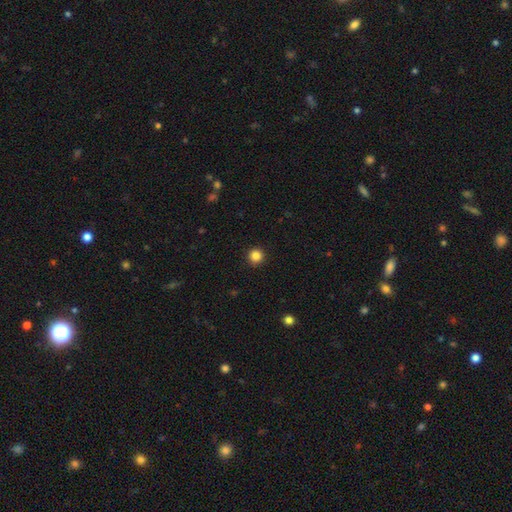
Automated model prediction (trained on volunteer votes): Smooth or featured? smooth (85%)
How rounded? round (95%)
Merging? none (93%)